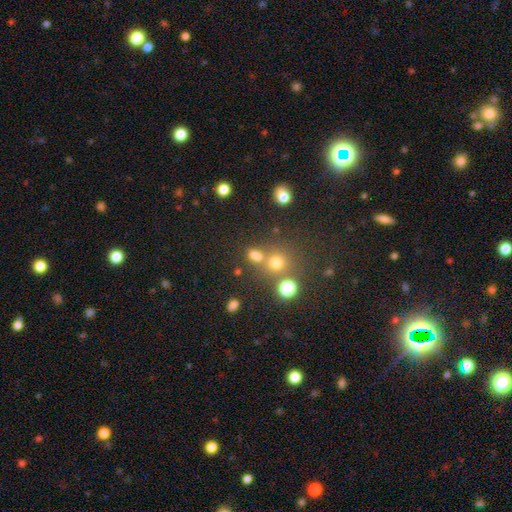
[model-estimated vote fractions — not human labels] Overall: smooth (67%). How rounded: round (71%). Merging: none (57%; merger 27%).